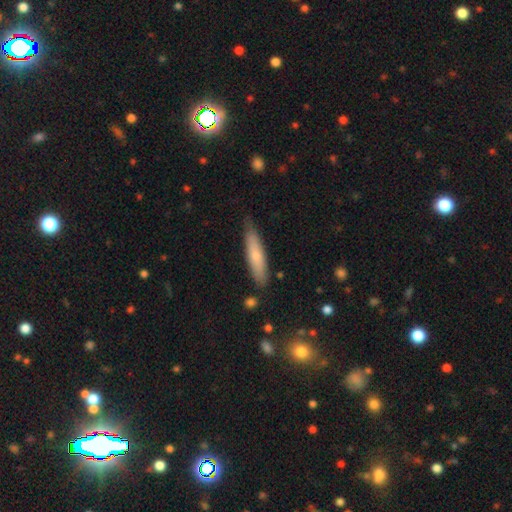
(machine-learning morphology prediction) smooth 68%, featured or disk 27%, star or artifact 6%. Down the decision tree: how rounded — cigar-shaped (79%); merging — none (79%).